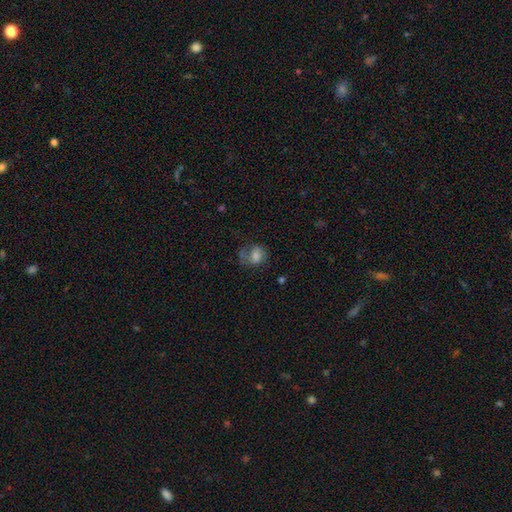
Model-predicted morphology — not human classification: smooth-or-featured: smooth: 58% | featured or disk: 31% | star or artifact: 11%
  how-rounded: round: 55% | in between: 44% | cigar-shaped: 1%
  merging: none: 45% | minor disturbance: 26% | major disturbance: 24% | merger: 5%